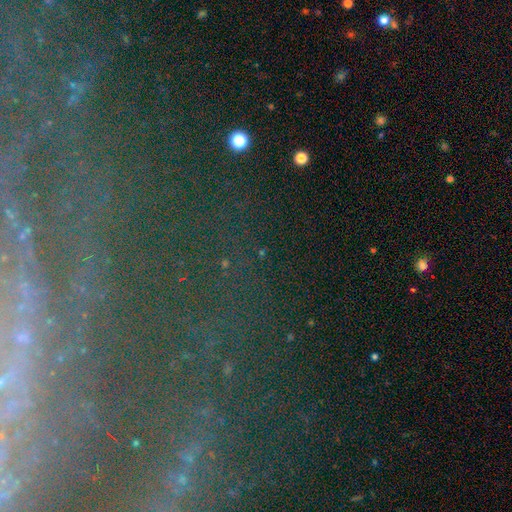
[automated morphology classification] Smooth or featured: star or artifact — 44% (featured or disk — 40%)